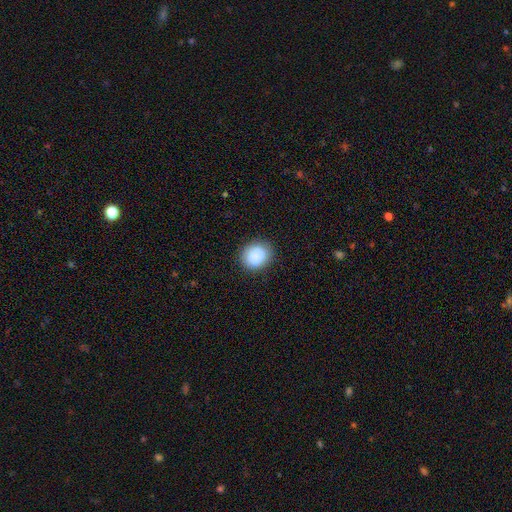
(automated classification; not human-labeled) smooth 87%, star or artifact 7%, featured or disk 5%. Down the decision tree: how rounded — round (74%); merging — none (86%).